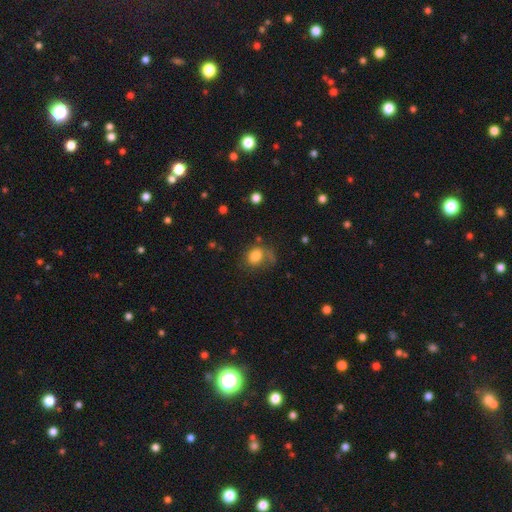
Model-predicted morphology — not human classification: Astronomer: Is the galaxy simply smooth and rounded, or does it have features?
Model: smooth — 80%.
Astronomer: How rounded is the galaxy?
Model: round — 50% (runner-up: in between, 49%).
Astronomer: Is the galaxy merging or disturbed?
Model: none — 53%.